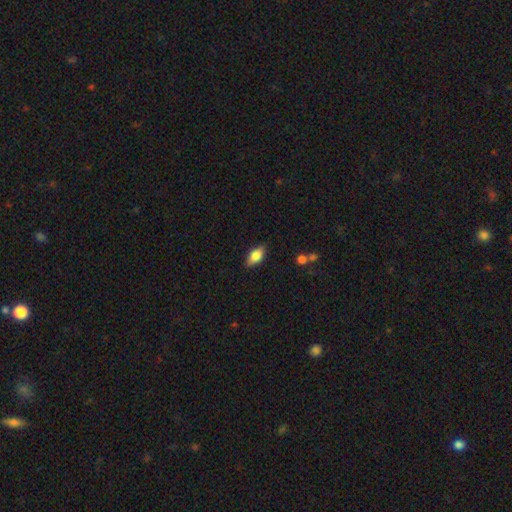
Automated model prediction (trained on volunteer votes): The model was most divided on "smooth or featured": smooth: 73%, featured or disk: 20%, star or artifact: 7%. More confident: how rounded — in between (85%); merging — none (84%).